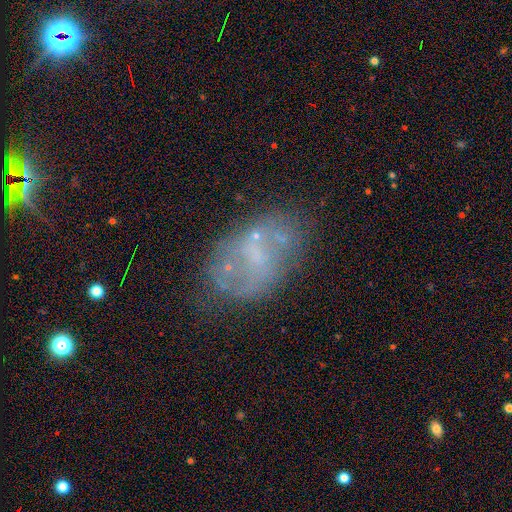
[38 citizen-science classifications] Overall: featured or disk (55%; smooth 37%). Edge-on disk: no (95%). Bar: no (50%; weak 45%). Spiral arms: yes (60%; no 40%). Spiral arm count: 2 (75%). Spiral winding: medium (50%; loose 42%). Bulge size: none (50%; small 40%). Merging: none (54%; minor disturbance 29%).